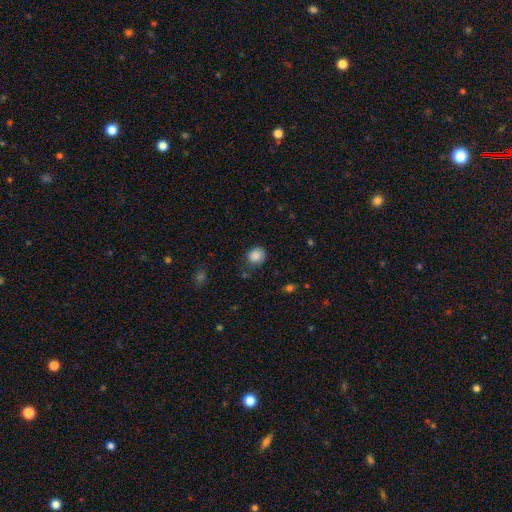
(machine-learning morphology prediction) smooth-or-featured: smooth: 87% | star or artifact: 9% | featured or disk: 4%
  how-rounded: round: 72% | in between: 27% | cigar-shaped: 1%
  merging: none: 77% | minor disturbance: 17% | major disturbance: 4% | merger: 2%